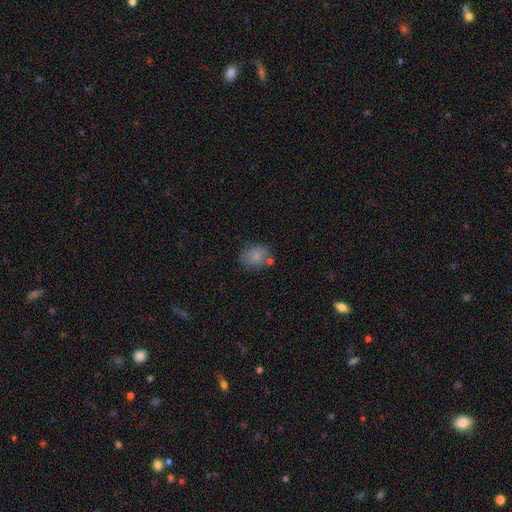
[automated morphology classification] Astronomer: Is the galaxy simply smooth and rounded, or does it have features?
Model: smooth — 82%.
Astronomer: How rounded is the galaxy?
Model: round — 55% (runner-up: in between, 44%).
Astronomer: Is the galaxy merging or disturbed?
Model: none — 66%.